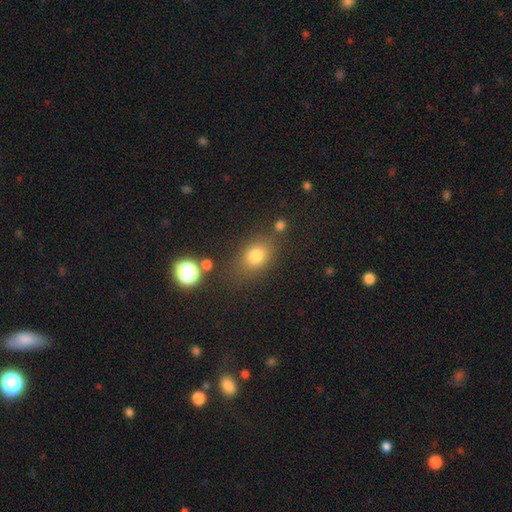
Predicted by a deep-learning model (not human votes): Smooth or featured? Predicted: smooth (p=0.77). How rounded? Predicted: in between (p=0.63). Merging? Predicted: none (p=0.74).